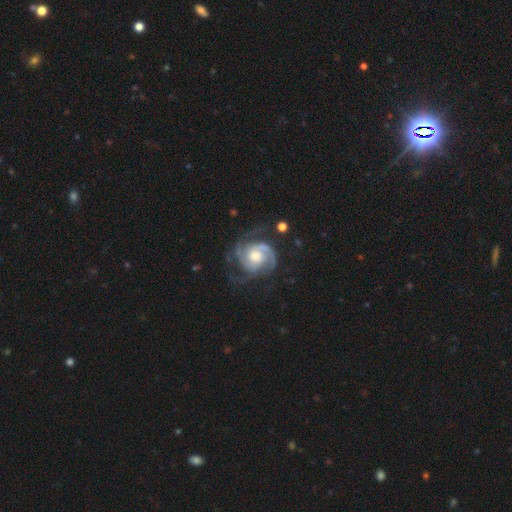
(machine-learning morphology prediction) This appears to be a featured or disk galaxy (88%) with no bar (67%), 2 (40%) tight (48%) spiral arms (97%) and a moderate central bulge (54%). Merging: none (63%).